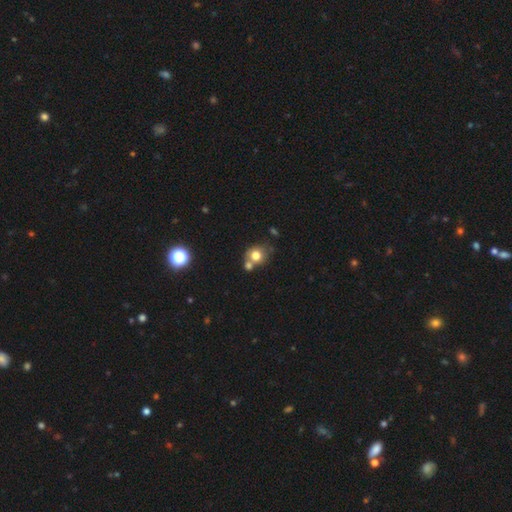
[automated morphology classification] Smooth or featured: smooth — 75% (featured or disk — 13%)
How rounded: round — 73% (in between — 26%)
Merging: none — 47% (merger — 38%)